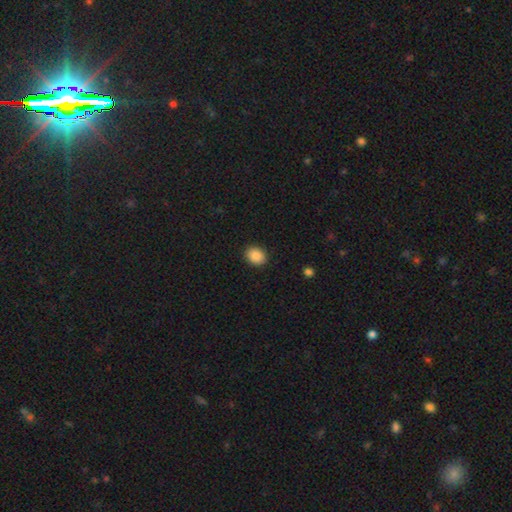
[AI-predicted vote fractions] A smooth galaxy with no disk features (88%) that is round (56%). Merging: none (90%).